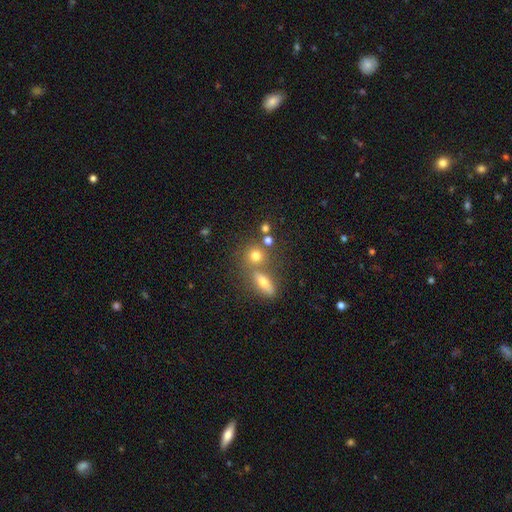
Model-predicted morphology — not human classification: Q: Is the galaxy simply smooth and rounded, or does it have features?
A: smooth — 72%.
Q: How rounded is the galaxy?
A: round — 78%.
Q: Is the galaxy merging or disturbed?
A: none — 58%.